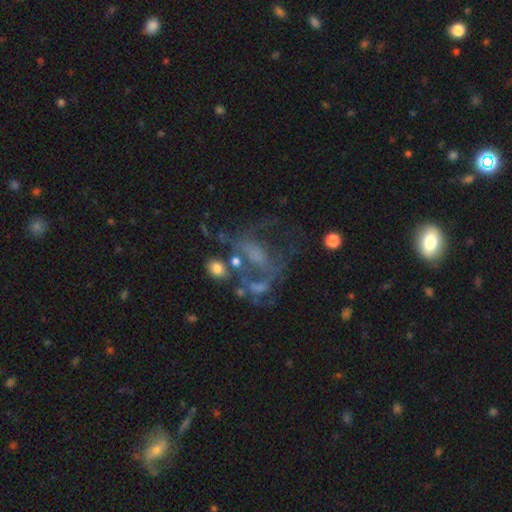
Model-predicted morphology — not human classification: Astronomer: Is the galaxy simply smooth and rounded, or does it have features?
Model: featured or disk — 61%.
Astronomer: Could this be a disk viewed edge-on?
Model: no — 96%.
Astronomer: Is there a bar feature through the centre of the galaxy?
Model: no — 56%.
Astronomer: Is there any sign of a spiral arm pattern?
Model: no — 61% (runner-up: yes, 39%).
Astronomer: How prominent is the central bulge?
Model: none — 49% (runner-up: small, 26%).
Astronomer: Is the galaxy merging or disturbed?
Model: major disturbance — 35% (runner-up: none, 34%).